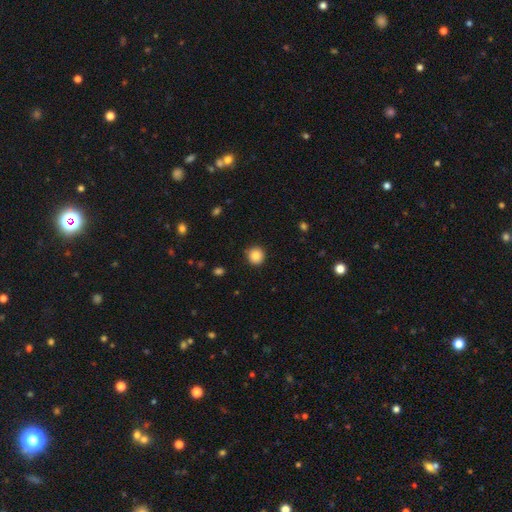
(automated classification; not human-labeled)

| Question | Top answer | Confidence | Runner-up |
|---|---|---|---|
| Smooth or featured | smooth | 87% | star or artifact (10%) |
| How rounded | round | 93% | in between (6%) |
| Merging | none | 88% | minor disturbance (9%) |